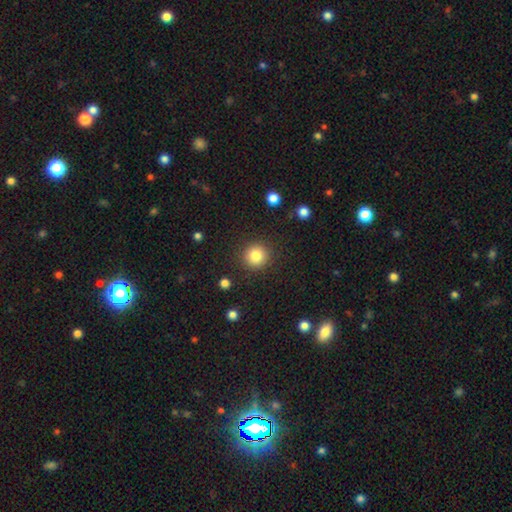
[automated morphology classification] This appears to be a smooth galaxy with no disk features (83%) that is round (94%). Merging: none (90%).